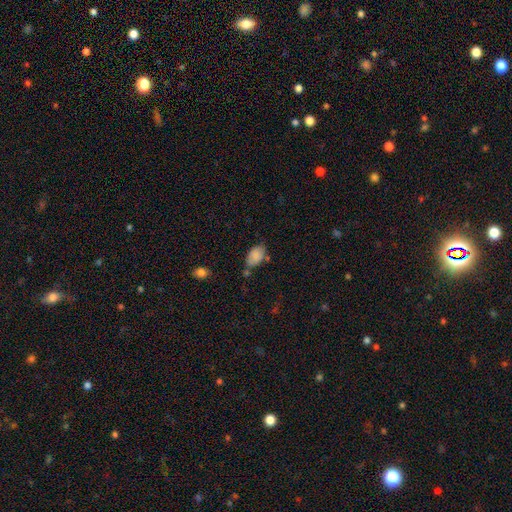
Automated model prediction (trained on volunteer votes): Smooth or featured?
  - smooth: 85% *
  - star or artifact: 8%
  - featured or disk: 7%
How rounded?
  - in between: 91% *
  - round: 7%
  - cigar-shaped: 1%
Merging?
  - none: 56% *
  - minor disturbance: 25%
  - merger: 12%
  - major disturbance: 7%